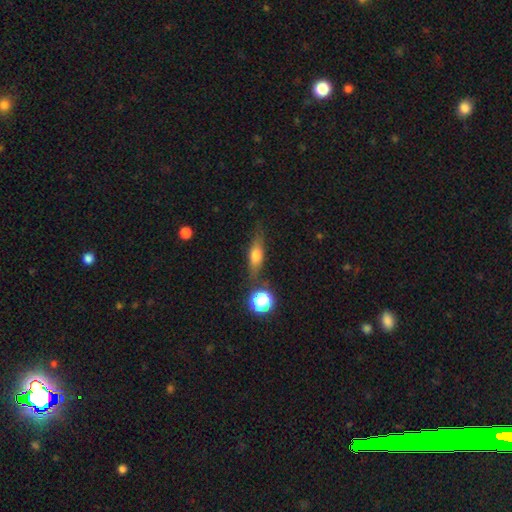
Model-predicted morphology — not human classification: A smooth galaxy with no disk features (57%) that is in between round and cigar-shaped (47%). Merging: none (69%).